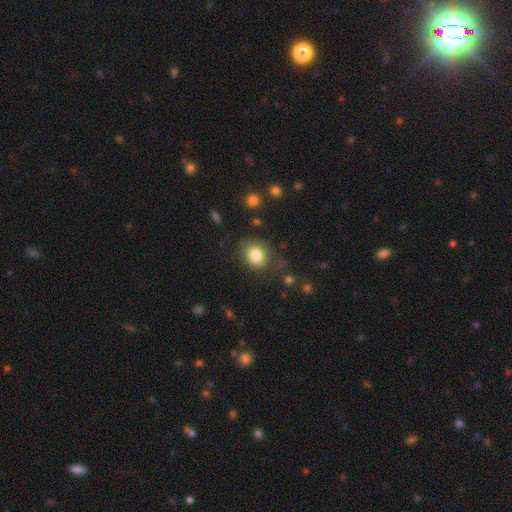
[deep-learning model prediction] Morphology: type=smooth (83%); roundness=round (57%); merging=none (72%).